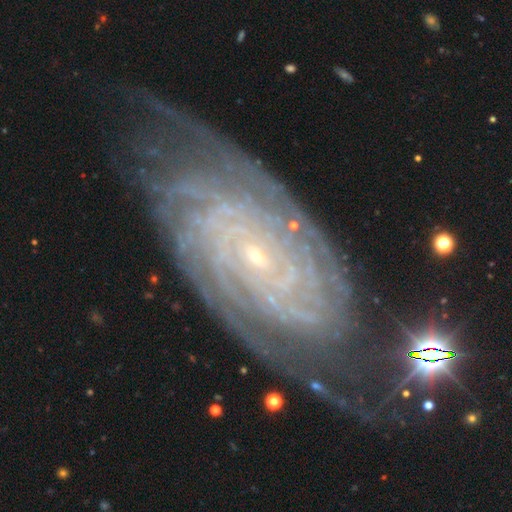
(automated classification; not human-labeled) Morphology: type=featured or disk (90%); edge-on=no (96%); bar=no (70%); spiral arms=yes (98%); winding=tight (82%); arm count=more than 4 (24%); bulge=small (88%); merging=none (73%).